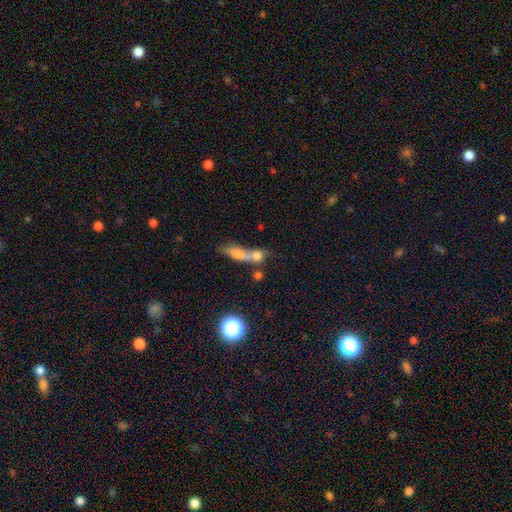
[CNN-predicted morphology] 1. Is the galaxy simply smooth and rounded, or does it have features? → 51% smooth, 26% featured or disk, 22% star or artifact.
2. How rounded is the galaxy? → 43% cigar-shaped, 34% in between, 23% round.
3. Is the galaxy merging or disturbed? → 46% merger, 39% none, 9% minor disturbance, 7% major disturbance.